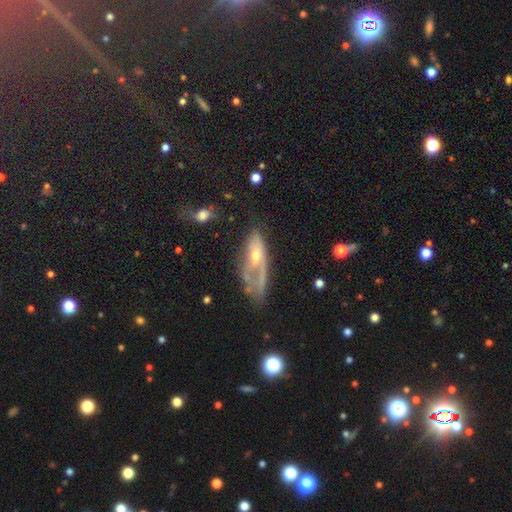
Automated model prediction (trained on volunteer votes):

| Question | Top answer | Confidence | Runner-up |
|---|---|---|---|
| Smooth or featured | featured or disk | 57% | smooth (35%) |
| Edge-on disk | no | 81% | yes (19%) |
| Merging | major disturbance | 46% | none (23%) |